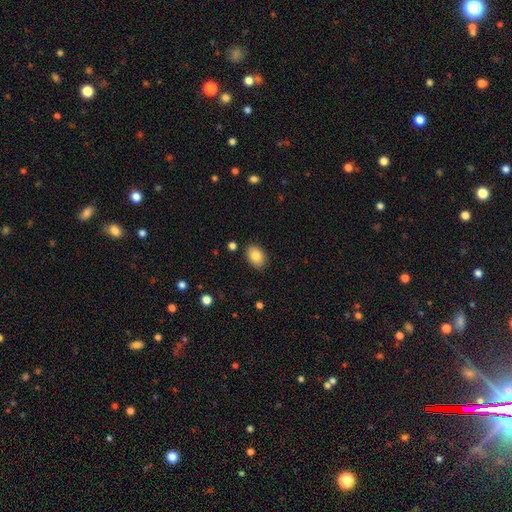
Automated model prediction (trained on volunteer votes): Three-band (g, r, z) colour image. It shows a smooth galaxy with no disk features (84%) that is in between round and cigar-shaped (82%). Merging: none (87%).